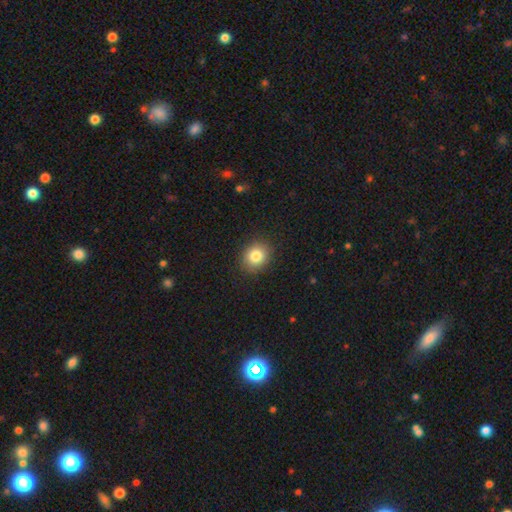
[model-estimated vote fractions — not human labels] smooth-or-featured: smooth: 83% | star or artifact: 10% | featured or disk: 7%
  how-rounded: round: 70% | in between: 29% | cigar-shaped: 1%
  merging: none: 88% | minor disturbance: 8% | major disturbance: 2% | merger: 1%